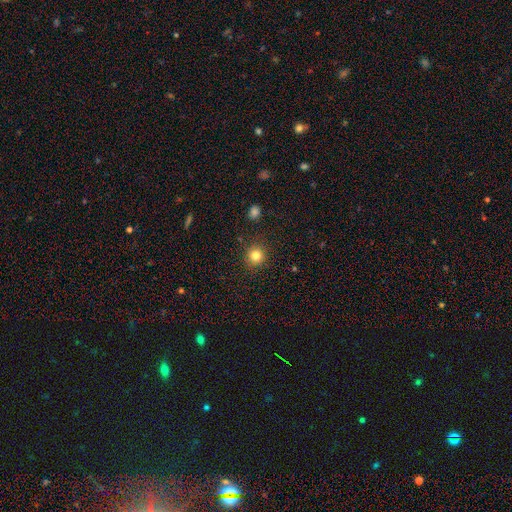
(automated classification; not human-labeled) This appears to be a smooth galaxy with no disk features (82%) that is round (91%). Merging: none (89%).